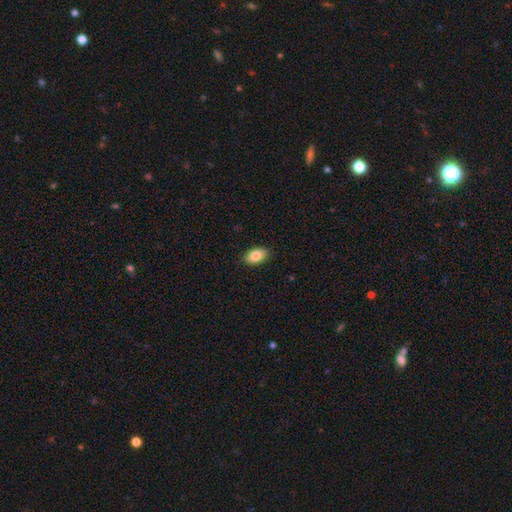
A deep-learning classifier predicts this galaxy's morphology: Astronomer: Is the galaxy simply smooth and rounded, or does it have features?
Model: smooth — 84%.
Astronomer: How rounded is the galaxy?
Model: in between — 92%.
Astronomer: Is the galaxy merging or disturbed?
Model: none — 89%.